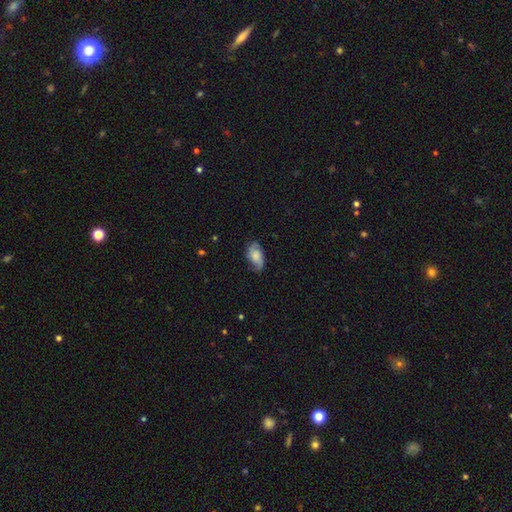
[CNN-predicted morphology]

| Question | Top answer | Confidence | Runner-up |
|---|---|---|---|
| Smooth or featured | featured or disk | 58% | smooth (34%) |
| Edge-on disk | no | 95% | yes (5%) |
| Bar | no | 66% | weak (28%) |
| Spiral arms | yes | 92% | no (8%) |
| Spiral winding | medium | 42% | loose (35%) |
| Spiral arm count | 2 | 77% | can't tell (9%) |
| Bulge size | moderate | 26% | none (25%) |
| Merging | none | 70% | minor disturbance (21%) |